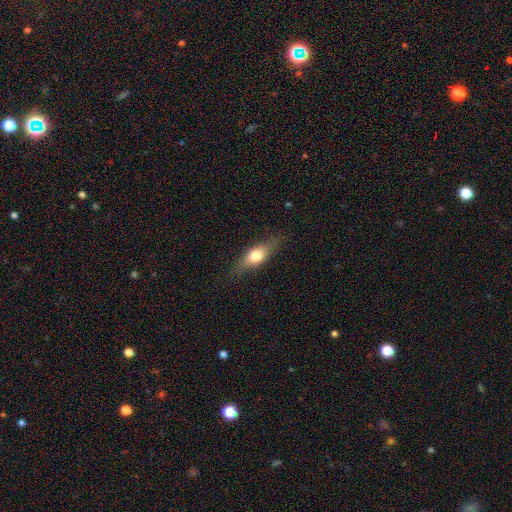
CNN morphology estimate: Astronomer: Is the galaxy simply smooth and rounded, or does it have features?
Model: smooth — 66%.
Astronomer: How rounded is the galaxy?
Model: in between — 69%.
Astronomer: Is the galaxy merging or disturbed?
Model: none — 79%.